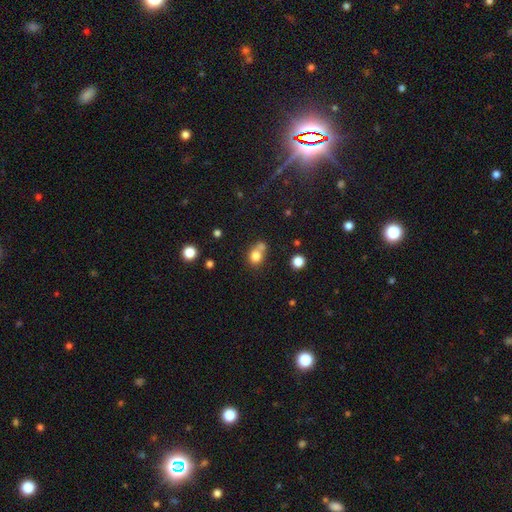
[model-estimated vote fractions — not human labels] A smooth galaxy with no disk features (78%) that is round (65%).

Vote fractions:
- Smooth or featured? smooth: 78% / star or artifact: 12% / featured or disk: 10%
- How rounded? round: 65% / in between: 34% / cigar-shaped: 1%
- Merging? none: 42% / merger: 41% / minor disturbance: 12% / major disturbance: 5%